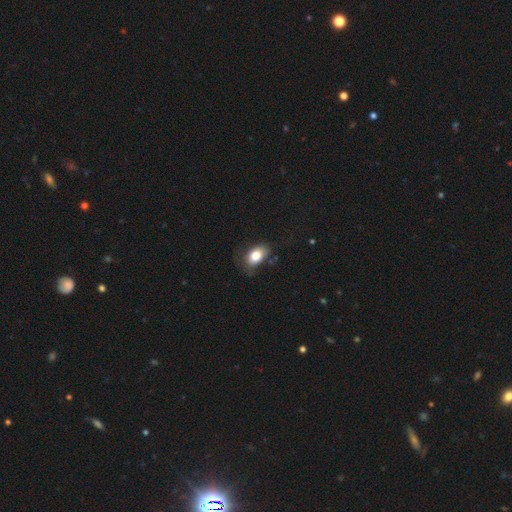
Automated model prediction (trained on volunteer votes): Smooth or featured: smooth — 82% (featured or disk — 10%)
How rounded: in between — 83% (round — 15%)
Merging: none — 59% (minor disturbance — 28%)